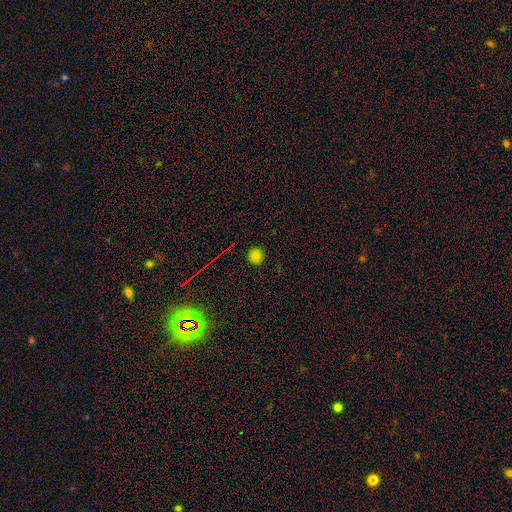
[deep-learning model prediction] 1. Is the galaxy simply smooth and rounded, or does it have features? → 77% smooth, 18% star or artifact, 5% featured or disk.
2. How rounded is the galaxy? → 91% round, 8% in between, 1% cigar-shaped.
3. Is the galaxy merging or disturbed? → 90% none, 7% minor disturbance, 2% major disturbance, 1% merger.